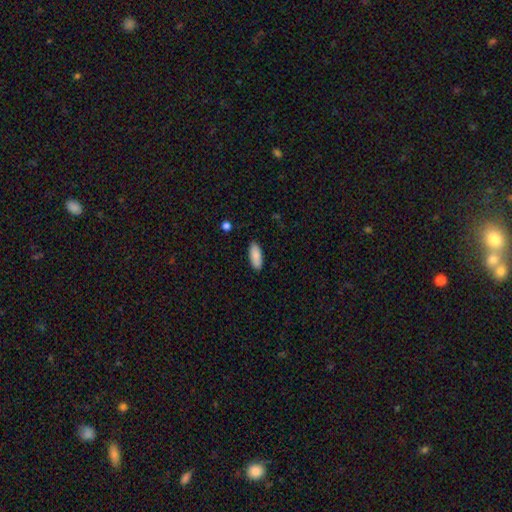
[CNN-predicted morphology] Smooth or featured? Predicted: smooth (p=0.89). How rounded? Predicted: in between (p=0.81). Merging? Predicted: none (p=0.88).